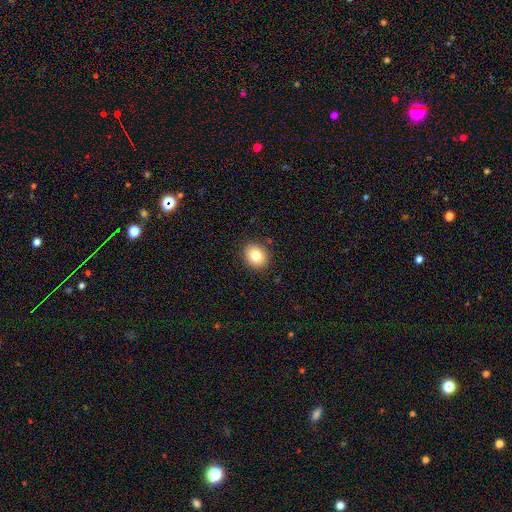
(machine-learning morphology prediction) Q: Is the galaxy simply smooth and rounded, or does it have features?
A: smooth — 81%.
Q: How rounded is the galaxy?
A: round — 59%.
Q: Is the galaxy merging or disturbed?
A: none — 89%.